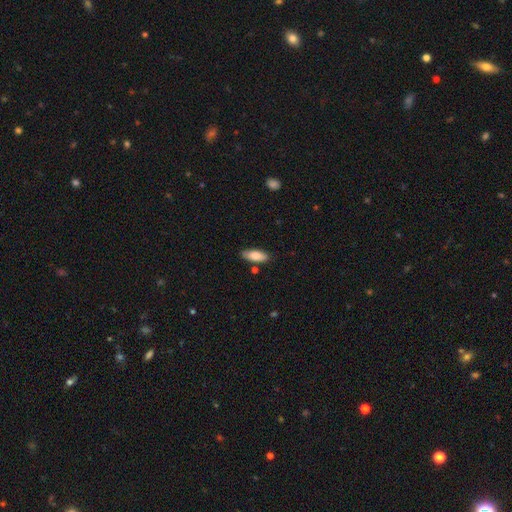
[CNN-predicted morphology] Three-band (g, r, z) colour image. It shows a smooth galaxy with no disk features (82%) that is in between round and cigar-shaped (76%). Merging: none (81%).